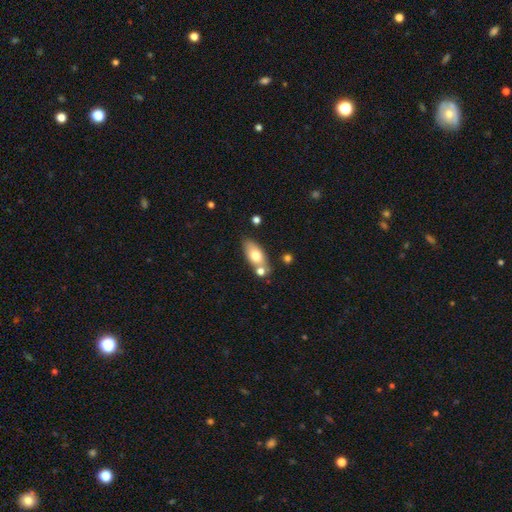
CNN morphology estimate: smooth-or-featured: smooth: 71% | featured or disk: 21% | star or artifact: 7%
  how-rounded: in between: 84% | cigar-shaped: 10% | round: 6%
  merging: none: 60% | merger: 21% | minor disturbance: 15% | major disturbance: 4%